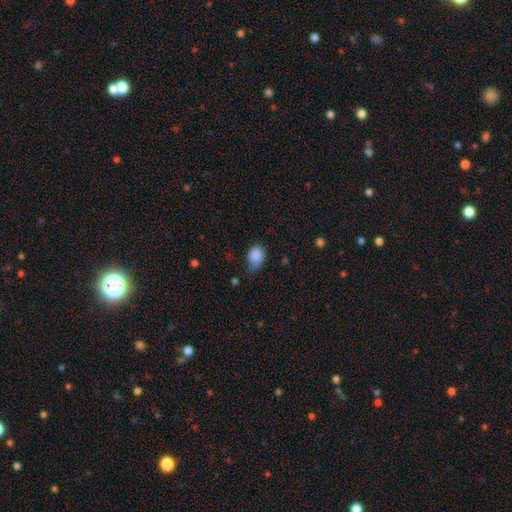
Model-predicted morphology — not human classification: smooth_or_featured: smooth (p=0.86) [alt: star or artifact p=0.08]
how_rounded: in between (p=0.67) [alt: round p=0.32]
merging: none (p=0.49) [alt: minor disturbance p=0.37]